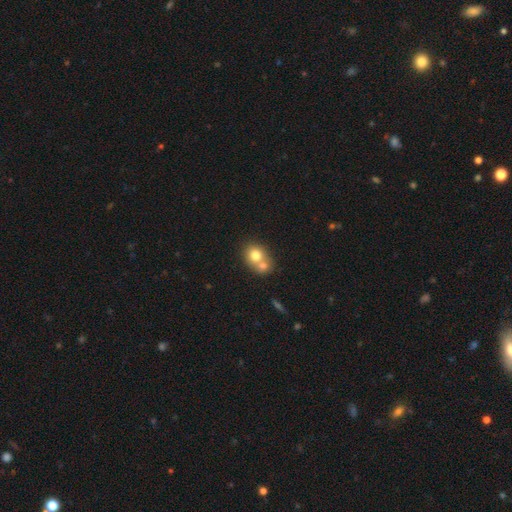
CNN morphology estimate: Smooth or featured? Predicted: smooth (p=0.74). How rounded? Predicted: round (p=0.69). Merging? Predicted: merger (p=0.60).